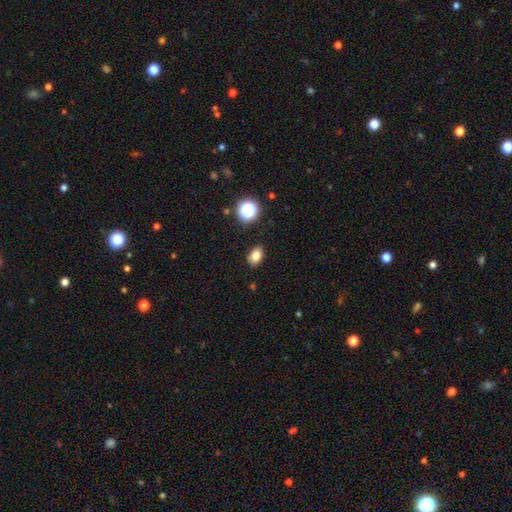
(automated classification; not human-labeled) Q: Smooth or featured?
A: smooth (80%); runner-up: star or artifact (13%)
Q: How rounded?
A: in between (81%); runner-up: round (18%)
Q: Merging?
A: none (87%); runner-up: minor disturbance (9%)